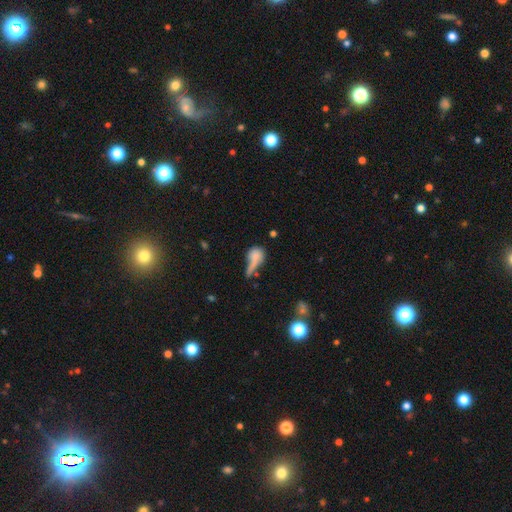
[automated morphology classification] Smooth or featured?
  - smooth: 69% *
  - featured or disk: 20%
  - star or artifact: 11%
How rounded?
  - in between: 51% *
  - round: 36%
  - cigar-shaped: 14%
Merging?
  - none: 28% *
  - major disturbance: 27%
  - merger: 25%
  - minor disturbance: 20%